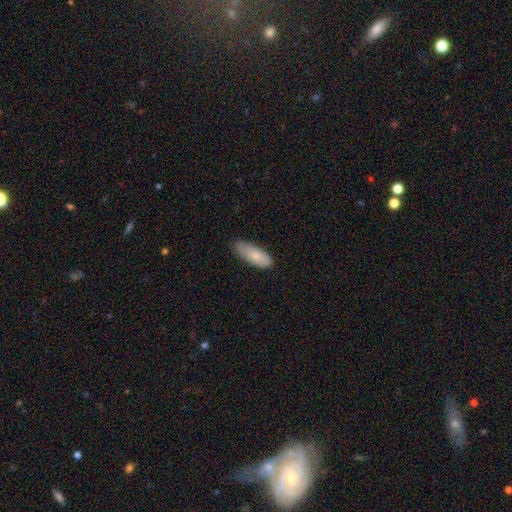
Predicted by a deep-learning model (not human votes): This appears to be a smooth galaxy with no disk features (78%) that is in between round and cigar-shaped (79%). Merging: none (70%).